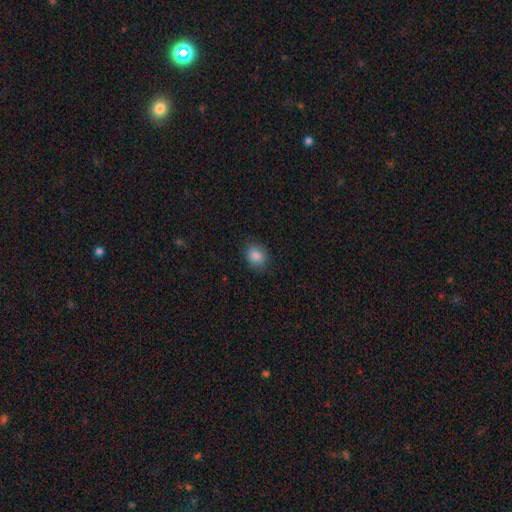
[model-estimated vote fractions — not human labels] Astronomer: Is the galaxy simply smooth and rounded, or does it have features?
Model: smooth — 86%.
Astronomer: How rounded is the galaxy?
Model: round — 63%.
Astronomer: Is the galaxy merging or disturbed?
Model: none — 86%.